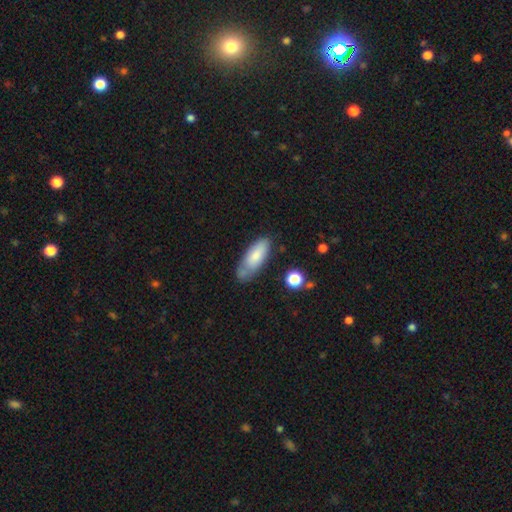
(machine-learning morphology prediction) The model was most divided on "merging": none: 58%, minor disturbance: 27%, major disturbance: 7%, merger: 7%. More confident: smooth or featured — smooth (75%); how rounded — in between (73%).